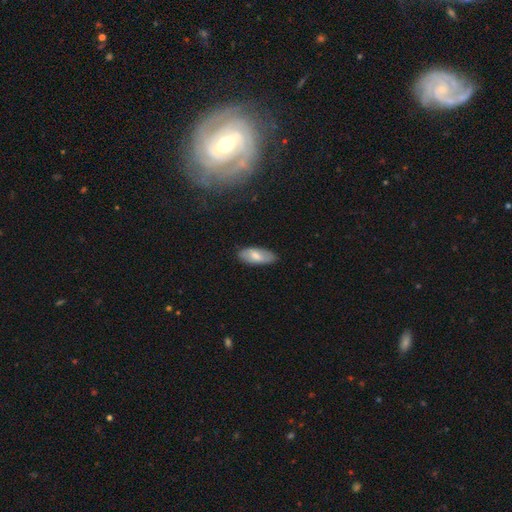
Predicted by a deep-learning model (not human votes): Smooth or featured?
  - smooth: 70% *
  - featured or disk: 24%
  - star or artifact: 6%
How rounded?
  - in between: 85% *
  - cigar-shaped: 13%
  - round: 2%
Merging?
  - none: 83% *
  - minor disturbance: 14%
  - major disturbance: 2%
  - merger: 1%